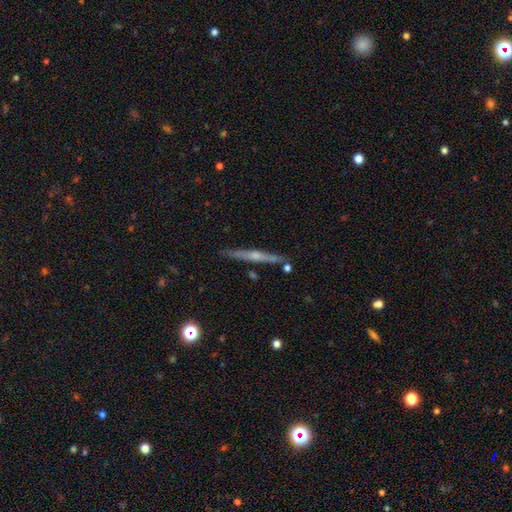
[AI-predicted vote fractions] smooth_or_featured: featured or disk (p=0.70) [alt: smooth p=0.24]
disk_edge_on: yes (p=0.97) [alt: no p=0.03]
edge_on_bulge: rounded (p=0.69) [alt: none p=0.25]
merging: none (p=0.87) [alt: minor disturbance p=0.09]